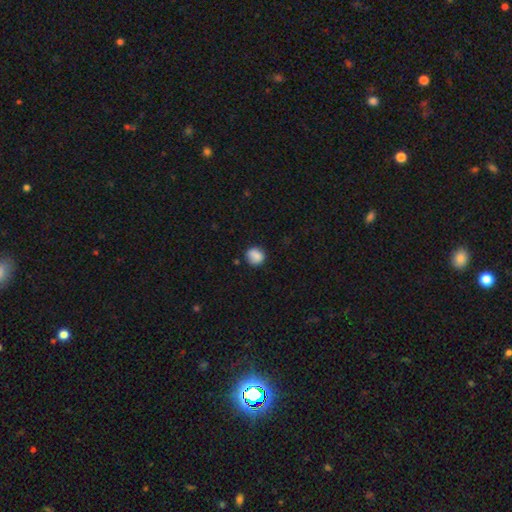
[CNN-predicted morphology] This is clearly a smooth galaxy (84%). How rounded: likely round (80%). Merging: likely none (77%).